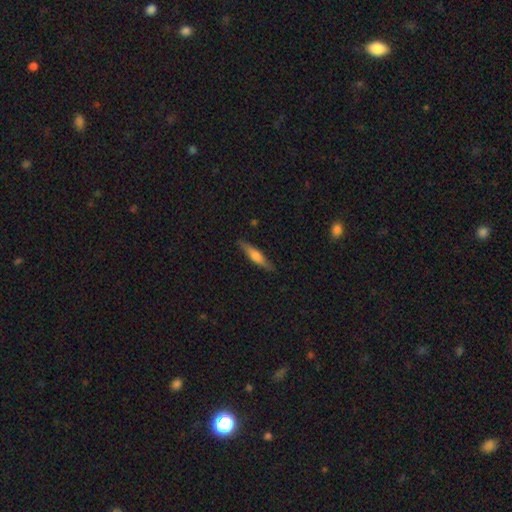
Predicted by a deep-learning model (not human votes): Smooth or featured?
  - smooth: 49% *
  - featured or disk: 45%
  - star or artifact: 6%
Merging?
  - none: 86% *
  - minor disturbance: 11%
  - major disturbance: 2%
  - merger: 1%